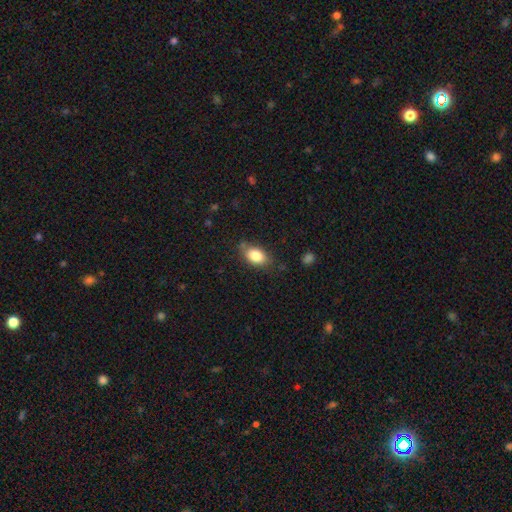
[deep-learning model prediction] Smooth or featured? Predicted: smooth (p=0.84). How rounded? Predicted: in between (p=0.86). Merging? Predicted: none (p=0.74).